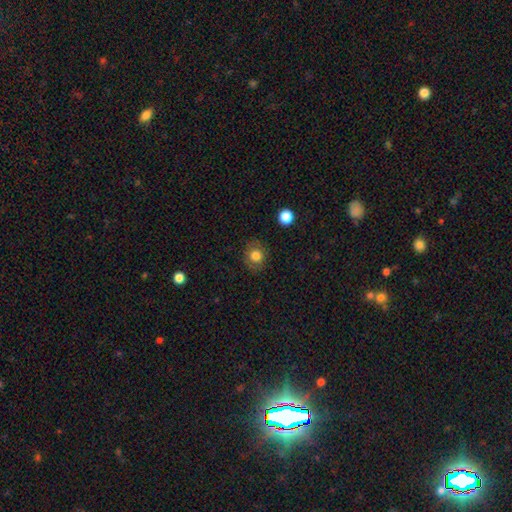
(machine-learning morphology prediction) Smooth or featured? smooth (79%)
How rounded? round (78%)
Merging? none (82%)